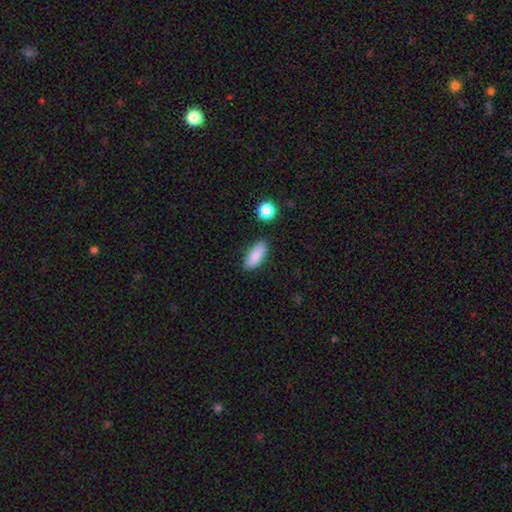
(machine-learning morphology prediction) type=smooth (87%); roundness=in between (78%); merging=none (84%).